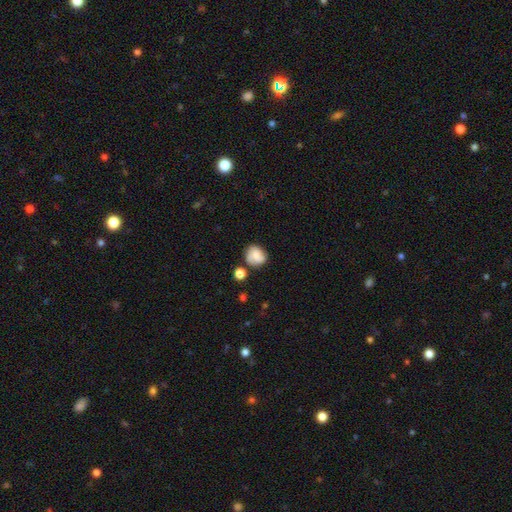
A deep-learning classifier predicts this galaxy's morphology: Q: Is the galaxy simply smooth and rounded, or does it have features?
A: smooth — 61%.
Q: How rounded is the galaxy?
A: round — 77%.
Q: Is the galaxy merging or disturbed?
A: none — 64%.